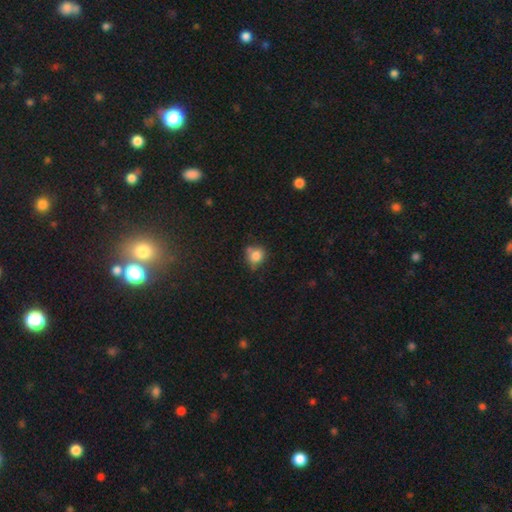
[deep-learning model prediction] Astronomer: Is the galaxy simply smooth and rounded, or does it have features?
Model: smooth — 79%.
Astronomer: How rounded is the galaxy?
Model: round — 78%.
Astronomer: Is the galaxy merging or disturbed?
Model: none — 57%.